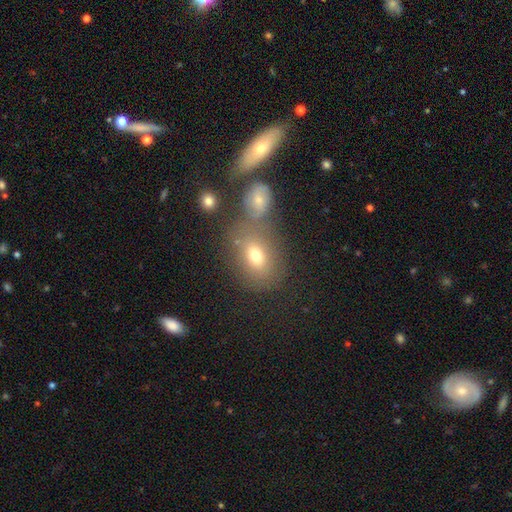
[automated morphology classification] A smooth galaxy with no disk features (69%) that is in between round and cigar-shaped (65%).

Vote fractions:
- Smooth or featured? smooth: 69% / featured or disk: 17% / star or artifact: 14%
- How rounded? in between: 65% / round: 33% / cigar-shaped: 2%
- Merging? none: 57% / merger: 22% / minor disturbance: 14% / major disturbance: 7%